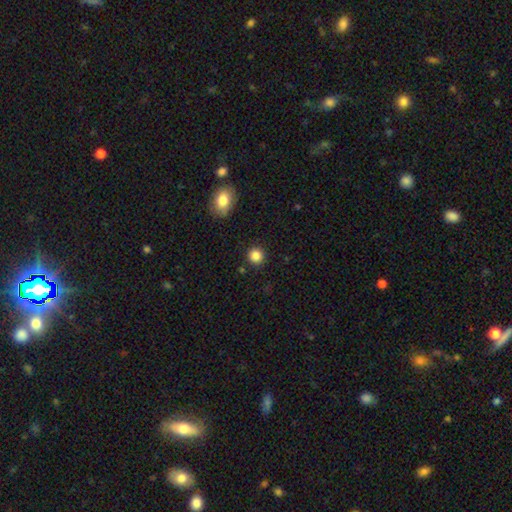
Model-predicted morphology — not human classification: smooth 85%, star or artifact 11%, featured or disk 4%. Down the decision tree: how rounded — round (92%); merging — none (91%).